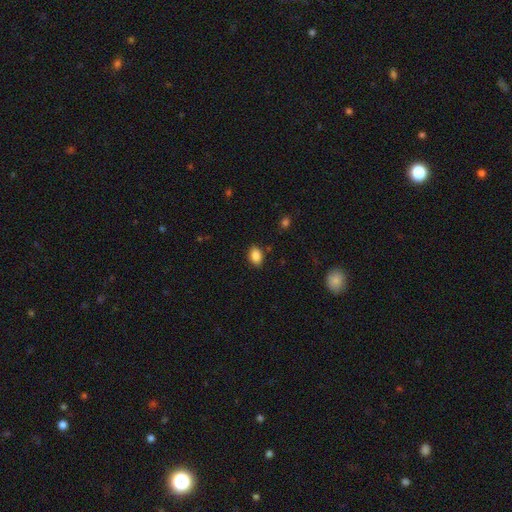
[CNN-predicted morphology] This appears to be a smooth galaxy with no disk features (87%) that is in between round and cigar-shaped (82%). Merging: none (85%).